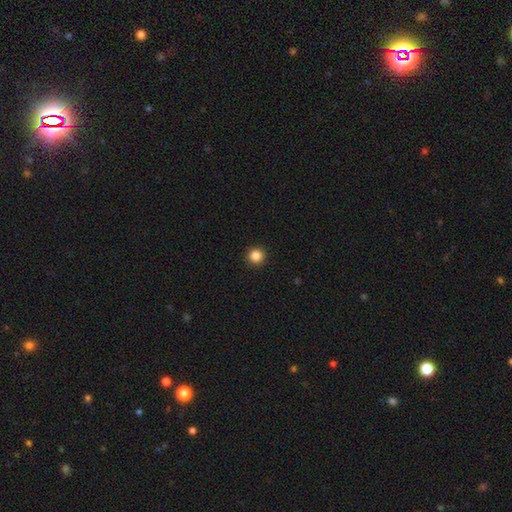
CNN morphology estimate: This appears to be a smooth galaxy with no disk features (86%) that is round (96%). Merging: none (93%).